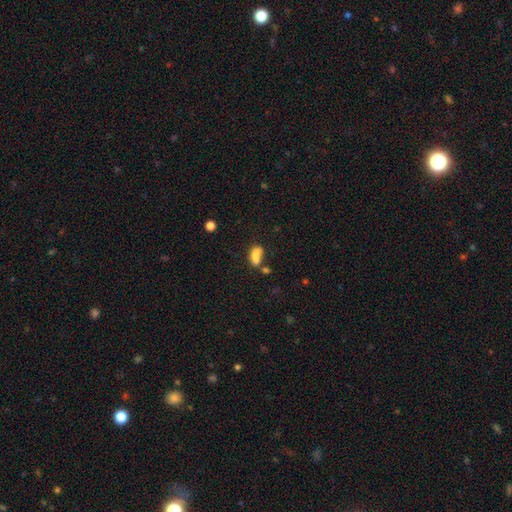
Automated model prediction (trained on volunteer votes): Q: Smooth or featured?
A: smooth (76%); runner-up: featured or disk (13%)
Q: How rounded?
A: in between (79%); runner-up: cigar-shaped (14%)
Q: Merging?
A: none (36%); runner-up: merger (29%)